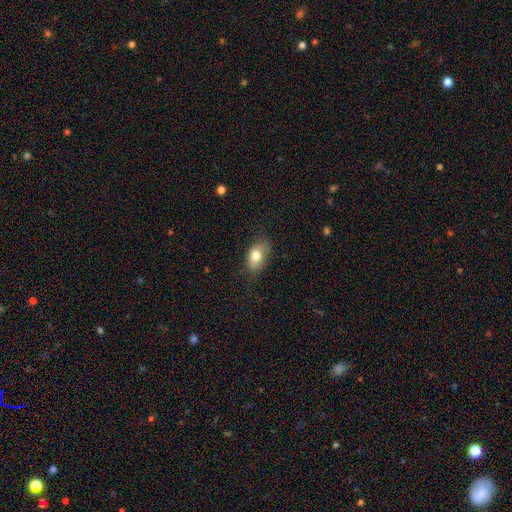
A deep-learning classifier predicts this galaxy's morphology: Smooth or featured?
  - smooth: 78% *
  - featured or disk: 14%
  - star or artifact: 8%
How rounded?
  - in between: 86% *
  - round: 11%
  - cigar-shaped: 2%
Merging?
  - none: 67% *
  - minor disturbance: 24%
  - major disturbance: 7%
  - merger: 1%